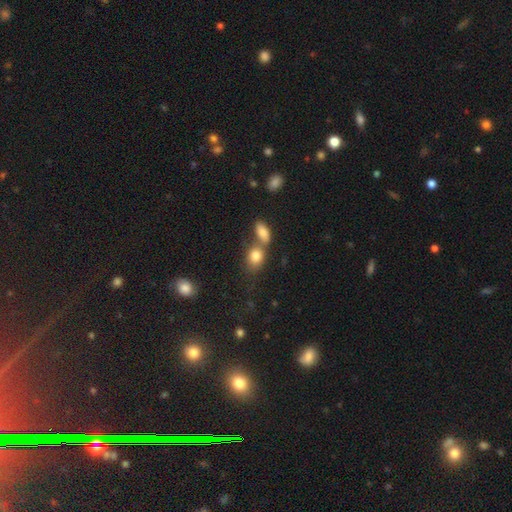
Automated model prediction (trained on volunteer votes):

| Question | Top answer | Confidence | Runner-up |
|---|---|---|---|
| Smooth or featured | smooth | 81% | featured or disk (10%) |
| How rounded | in between | 64% | round (34%) |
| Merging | merger | 45% | none (41%) |